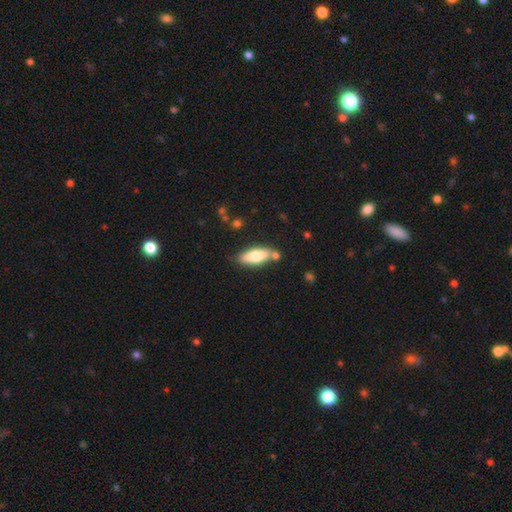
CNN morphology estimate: A smooth galaxy with no disk features (69%) that is in between round and cigar-shaped (66%). Merging: none (75%).